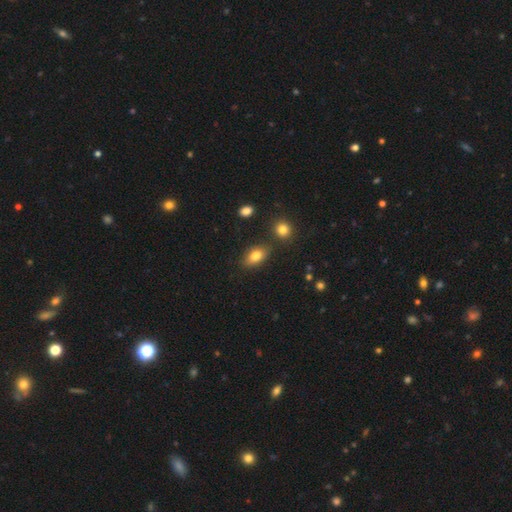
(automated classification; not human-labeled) Smooth or featured? smooth (80%)
How rounded? in between (86%)
Merging? none (79%)